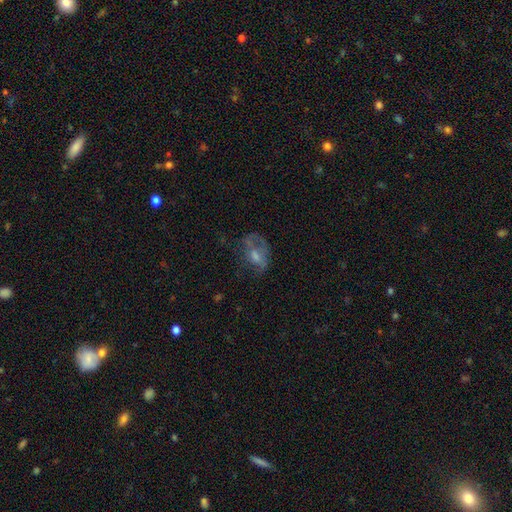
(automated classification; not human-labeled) The model was most divided on "spiral arms": no: 53%, yes: 47%. Remaining: edge-on disk — no (95%); bar — no (65%); smooth or featured — featured or disk (53%); bulge size — moderate (48%); merging — none (46%).